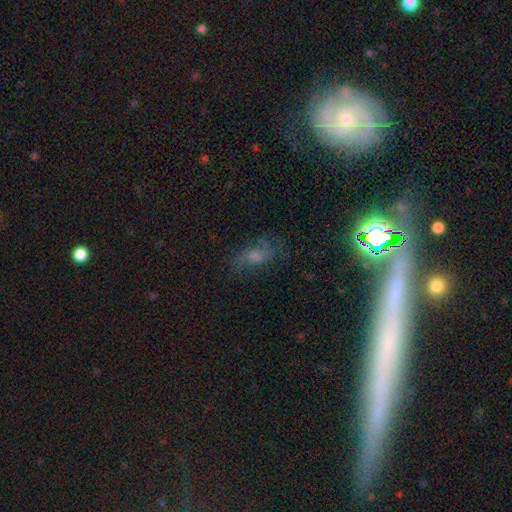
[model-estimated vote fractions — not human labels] A smooth galaxy with no disk features (38%).

Vote fractions:
- Smooth or featured? smooth: 38% / featured or disk: 32% / star or artifact: 30%
- Merging? none: 61% / minor disturbance: 20% / major disturbance: 16% / merger: 3%